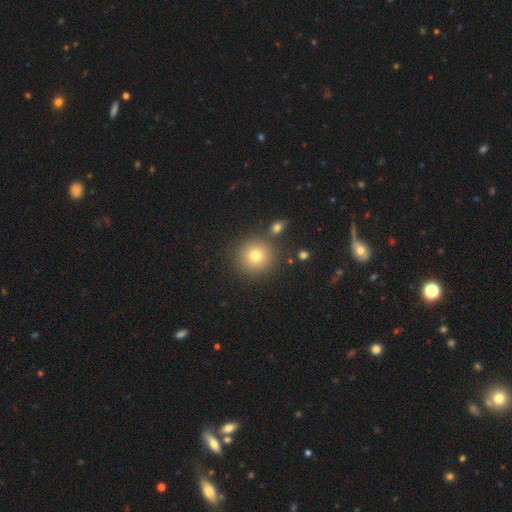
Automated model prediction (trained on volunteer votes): smooth 78%, star or artifact 13%, featured or disk 9%. Down the decision tree: how rounded — round (93%); merging — none (83%).